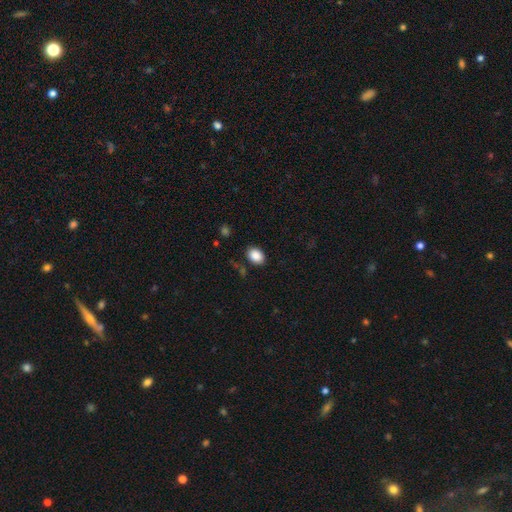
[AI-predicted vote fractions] Smooth or featured: smooth — 88% (star or artifact — 8%)
How rounded: in between — 73% (round — 26%)
Merging: none — 84% (minor disturbance — 11%)